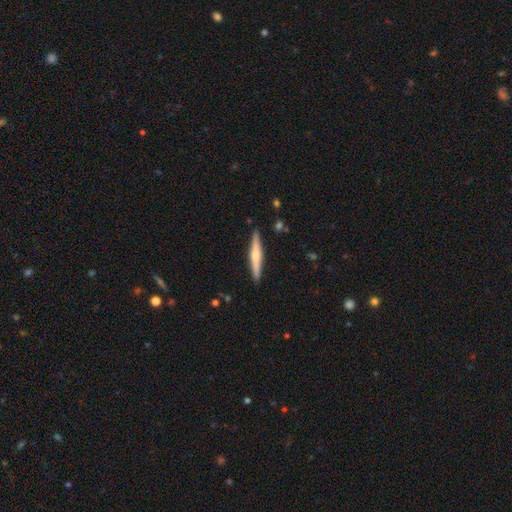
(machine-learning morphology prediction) type=featured or disk (56%); edge-on=yes (97%); edge-on bulge=rounded (75%); merging=none (90%).